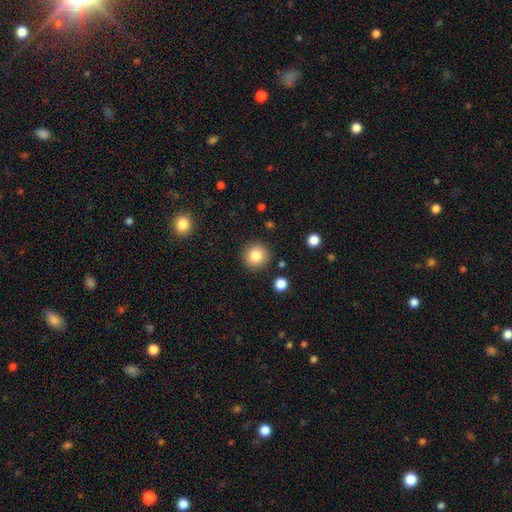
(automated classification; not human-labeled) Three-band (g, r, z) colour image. It shows a smooth galaxy with no disk features (84%) that is round (94%). Merging: none (89%).